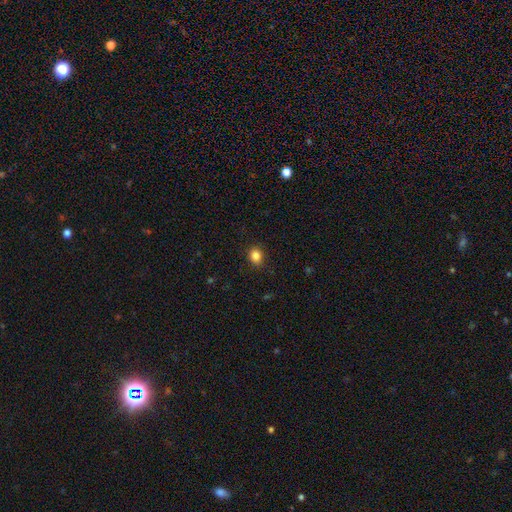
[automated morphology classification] A smooth galaxy with no disk features (84%) that is round (65%).

Vote fractions:
- Smooth or featured? smooth: 84% / star or artifact: 11% / featured or disk: 4%
- How rounded? round: 65% / in between: 34% / cigar-shaped: 1%
- Merging? none: 87% / minor disturbance: 9% / major disturbance: 2% / merger: 1%